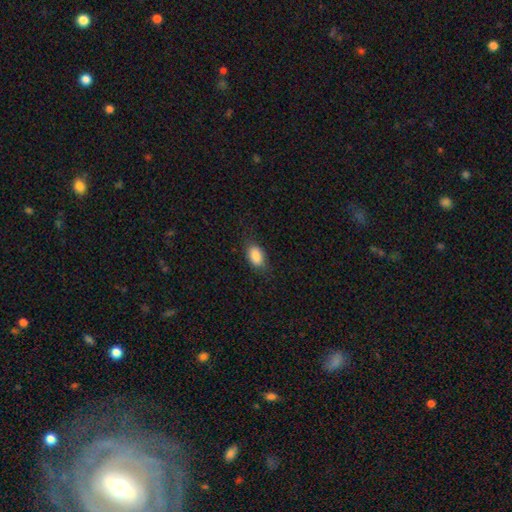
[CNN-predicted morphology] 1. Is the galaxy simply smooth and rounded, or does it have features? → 88% smooth, 7% star or artifact, 5% featured or disk.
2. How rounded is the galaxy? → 90% in between, 7% round, 3% cigar-shaped.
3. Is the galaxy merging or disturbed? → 77% none, 17% minor disturbance, 5% major disturbance, 1% merger.